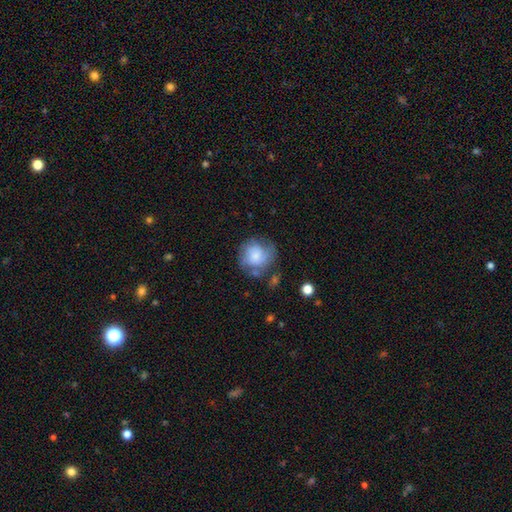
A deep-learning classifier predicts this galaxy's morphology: Q: Smooth or featured?
A: smooth (61%); runner-up: featured or disk (31%)
Q: How rounded?
A: round (84%); runner-up: in between (16%)
Q: Merging?
A: none (55%); runner-up: minor disturbance (25%)